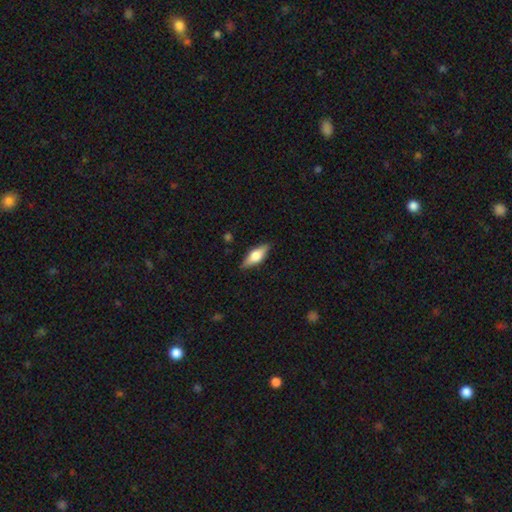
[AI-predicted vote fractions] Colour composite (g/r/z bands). It shows a smooth galaxy with no disk features (50%) that is in between round and cigar-shaped (65%). Merging: none (87%).